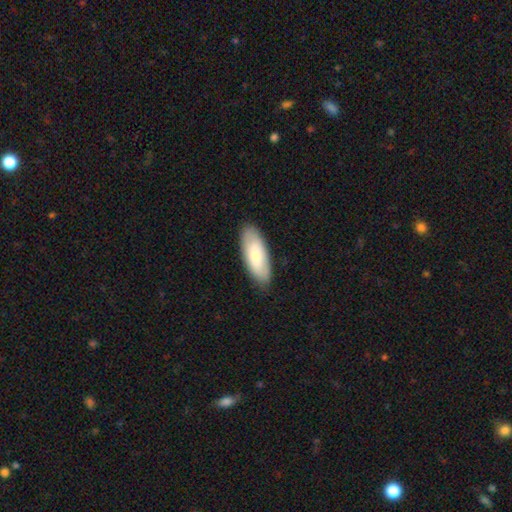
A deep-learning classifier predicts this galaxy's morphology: This appears to be a smooth galaxy with no disk features (73%) that is in between round and cigar-shaped (77%). Merging: none (85%).